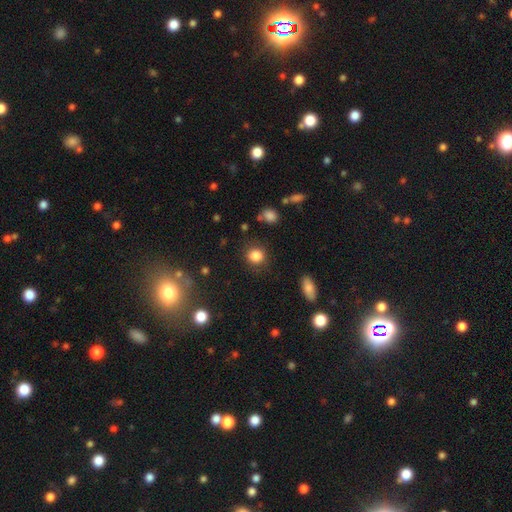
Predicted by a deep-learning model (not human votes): This appears to be a smooth galaxy with no disk features (85%) that is round (81%). Merging: none (83%).